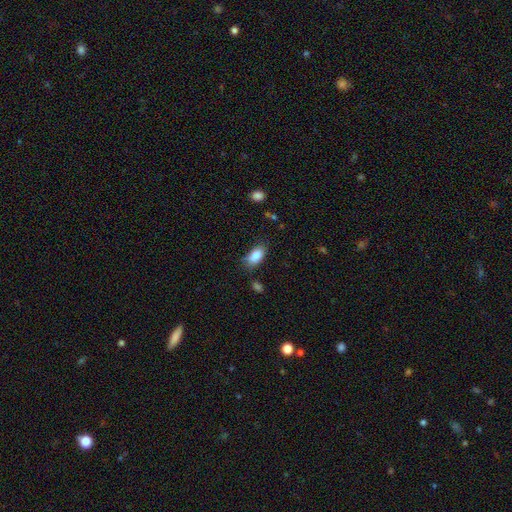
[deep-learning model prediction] smooth 88%, star or artifact 7%, featured or disk 5%. Down the decision tree: how rounded — in between (92%); merging — none (74%).